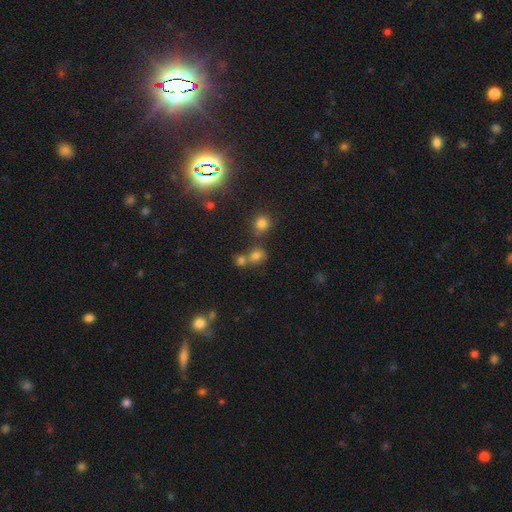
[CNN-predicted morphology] A smooth galaxy with no disk features (67%) that is round (55%).

Vote fractions:
- Smooth or featured? smooth: 67% / star or artifact: 23% / featured or disk: 10%
- How rounded? round: 55% / in between: 43% / cigar-shaped: 2%
- Merging? none: 45% / merger: 38% / minor disturbance: 11% / major disturbance: 5%